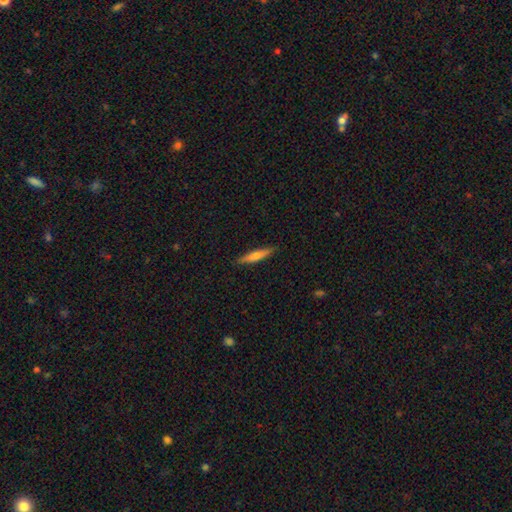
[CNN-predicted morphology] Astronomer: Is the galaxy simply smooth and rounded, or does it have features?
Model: smooth — 60%.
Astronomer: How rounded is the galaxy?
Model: cigar-shaped — 89%.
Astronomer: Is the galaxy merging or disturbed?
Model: none — 90%.